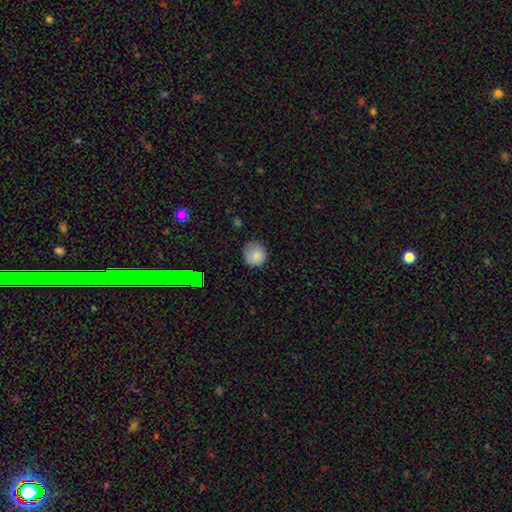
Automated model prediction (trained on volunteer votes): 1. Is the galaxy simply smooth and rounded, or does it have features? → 83% smooth, 11% star or artifact, 6% featured or disk.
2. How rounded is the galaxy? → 91% round, 8% in between, 1% cigar-shaped.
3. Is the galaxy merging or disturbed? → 75% none, 19% minor disturbance, 4% major disturbance, 1% merger.